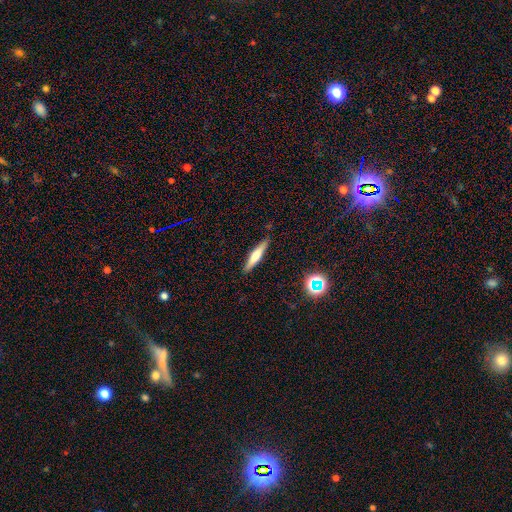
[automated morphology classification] Smooth or featured? smooth (48%)
Merging? none (89%)